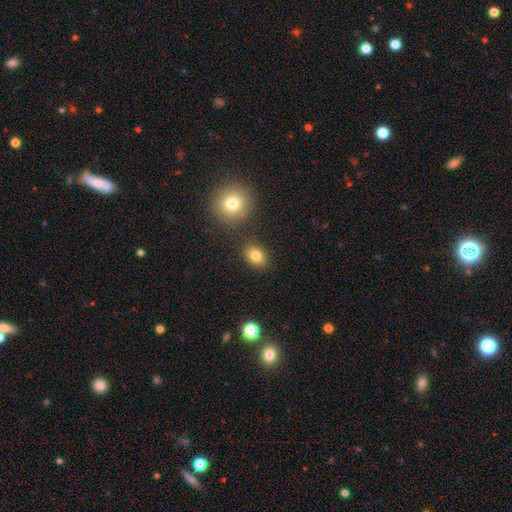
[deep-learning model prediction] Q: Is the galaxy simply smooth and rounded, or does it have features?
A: smooth — 81%.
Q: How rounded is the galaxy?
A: in between — 66%.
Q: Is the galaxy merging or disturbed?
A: none — 82%.